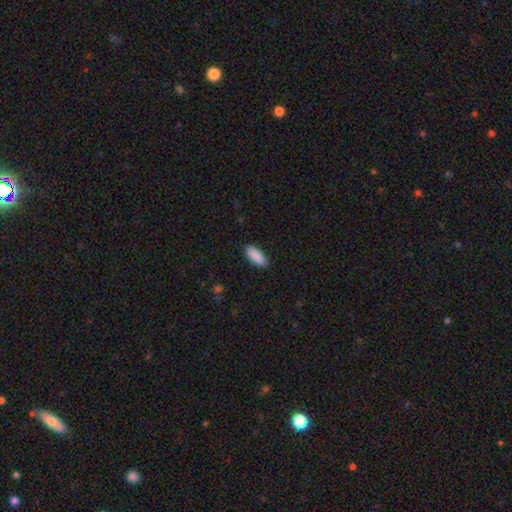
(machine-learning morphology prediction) smooth 91%, star or artifact 6%, featured or disk 3%. Down the decision tree: how rounded — in between (84%); merging — none (89%).